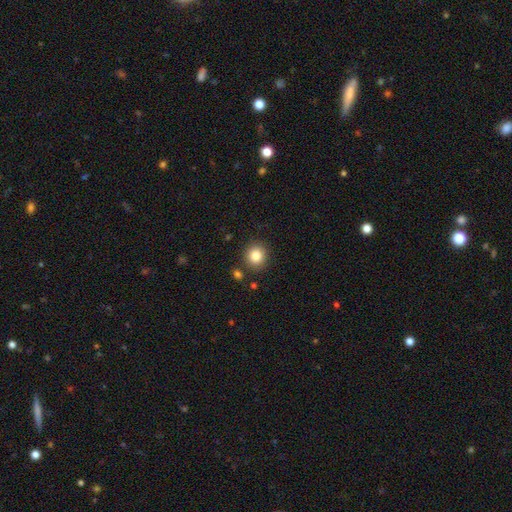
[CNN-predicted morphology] Smooth or featured?
  - smooth: 84% *
  - star or artifact: 10%
  - featured or disk: 6%
How rounded?
  - round: 87% *
  - in between: 12%
  - cigar-shaped: 1%
Merging?
  - none: 87% *
  - minor disturbance: 7%
  - merger: 4%
  - major disturbance: 2%